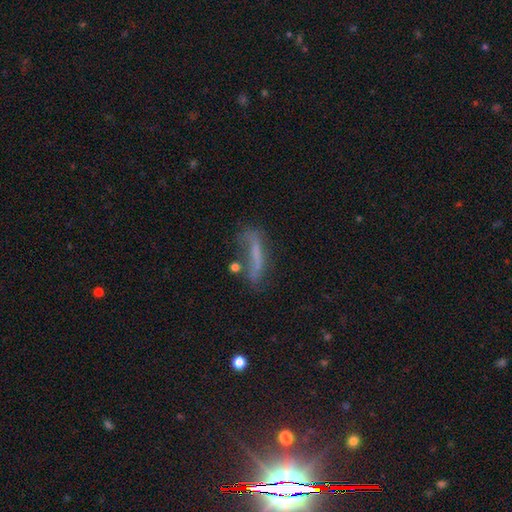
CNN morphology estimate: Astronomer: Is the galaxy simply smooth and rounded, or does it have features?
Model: smooth — 50% (runner-up: featured or disk, 37%).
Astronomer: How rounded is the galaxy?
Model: cigar-shaped — 78%.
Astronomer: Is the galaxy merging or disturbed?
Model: none — 43% (runner-up: minor disturbance, 25%).